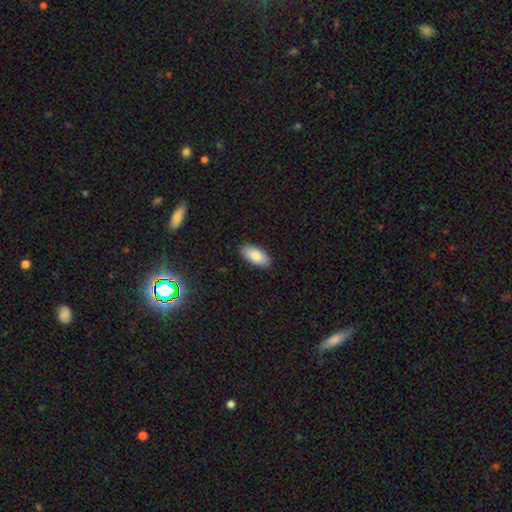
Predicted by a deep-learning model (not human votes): Overall: smooth (85%). How rounded: in between (92%). Merging: none (88%).